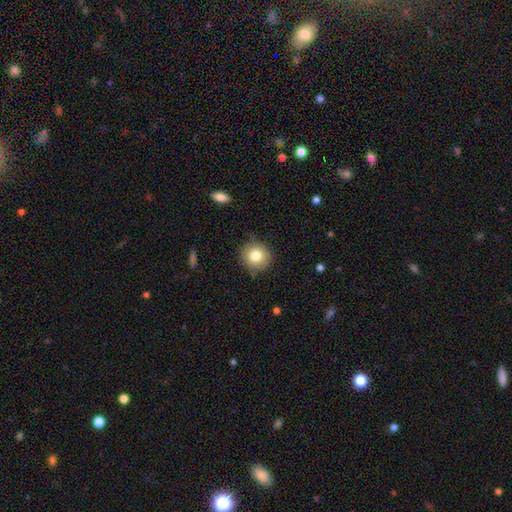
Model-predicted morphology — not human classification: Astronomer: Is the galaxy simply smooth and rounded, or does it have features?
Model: smooth — 80%.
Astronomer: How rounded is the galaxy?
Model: round — 91%.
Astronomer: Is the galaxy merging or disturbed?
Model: none — 84%.